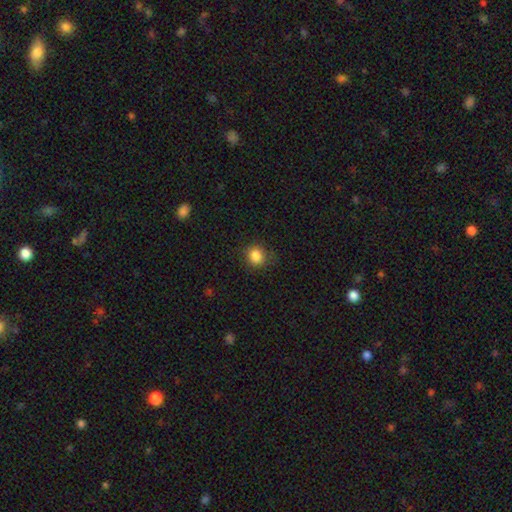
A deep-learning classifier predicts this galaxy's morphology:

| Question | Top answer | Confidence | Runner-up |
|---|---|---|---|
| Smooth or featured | smooth | 85% | star or artifact (11%) |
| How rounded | round | 79% | in between (20%) |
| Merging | none | 81% | minor disturbance (14%) |